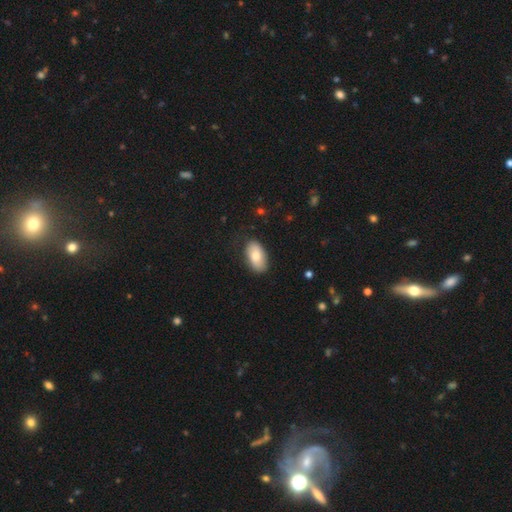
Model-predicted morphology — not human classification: smooth-or-featured: smooth: 76% | featured or disk: 18% | star or artifact: 6%
  how-rounded: in between: 94% | round: 4% | cigar-shaped: 2%
  merging: none: 81% | minor disturbance: 15% | major disturbance: 3% | merger: 1%